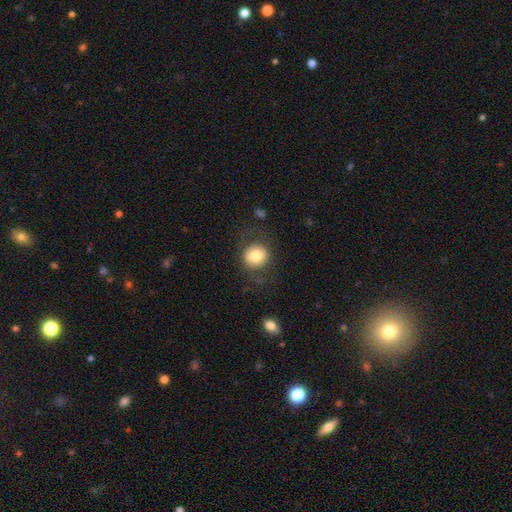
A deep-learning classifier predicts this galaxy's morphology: Q: Smooth or featured?
A: smooth (76%); runner-up: featured or disk (15%)
Q: How rounded?
A: round (87%); runner-up: in between (12%)
Q: Merging?
A: none (78%); runner-up: minor disturbance (12%)